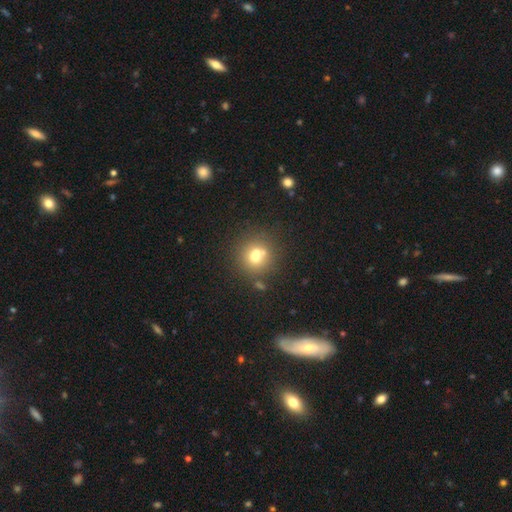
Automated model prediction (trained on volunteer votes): This appears to be a smooth galaxy with no disk features (70%) that is round (86%). Merging: none (60%).